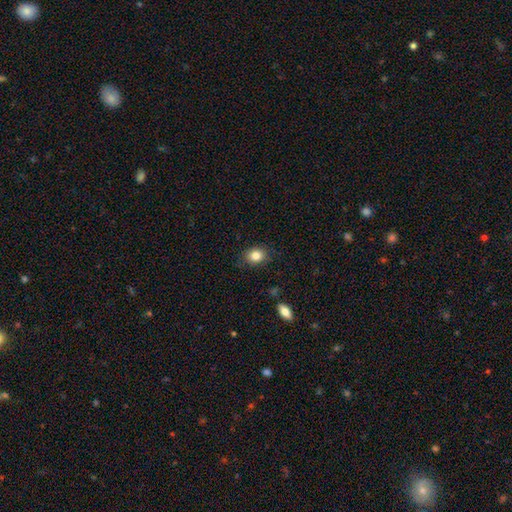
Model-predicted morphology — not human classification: Q: Smooth or featured?
A: smooth (83%); runner-up: star or artifact (10%)
Q: How rounded?
A: in between (51%); runner-up: round (48%)
Q: Merging?
A: none (83%); runner-up: minor disturbance (13%)